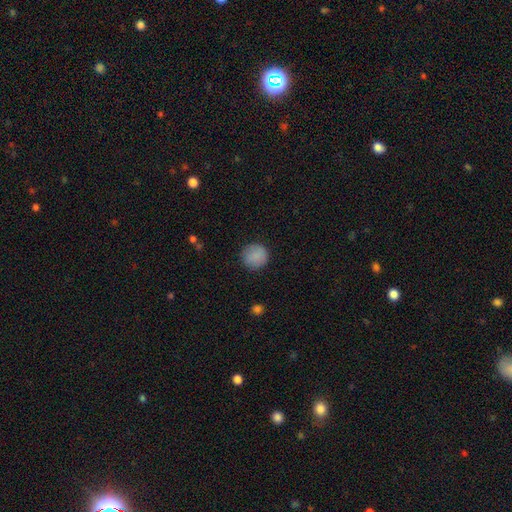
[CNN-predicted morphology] smooth 88%, star or artifact 8%, featured or disk 4%. Down the decision tree: how rounded — round (94%); merging — none (88%).